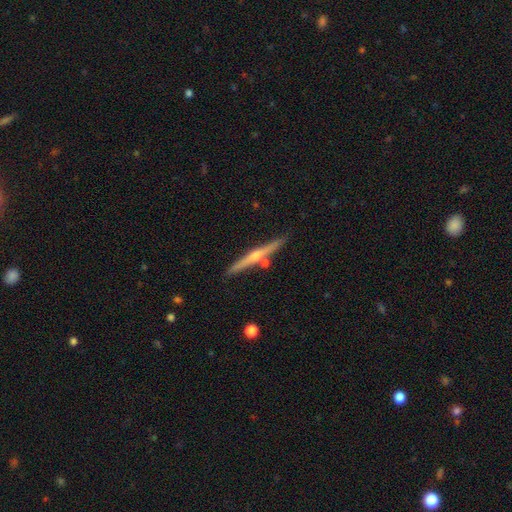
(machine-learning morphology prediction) type=featured or disk (78%); edge-on=yes (98%); edge-on bulge=rounded (84%); merging=none (85%).